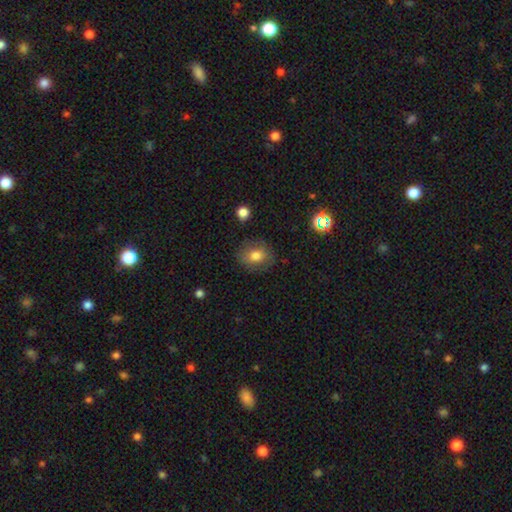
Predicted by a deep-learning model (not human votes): Morphology: type=smooth (74%); roundness=round (50%); merging=none (79%).